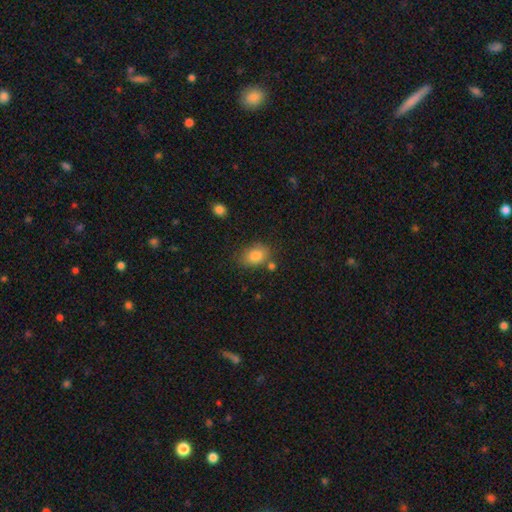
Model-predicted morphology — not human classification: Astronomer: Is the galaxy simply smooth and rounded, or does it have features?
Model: smooth — 84%.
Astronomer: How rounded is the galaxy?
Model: in between — 74%.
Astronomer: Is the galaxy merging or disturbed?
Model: none — 70%.